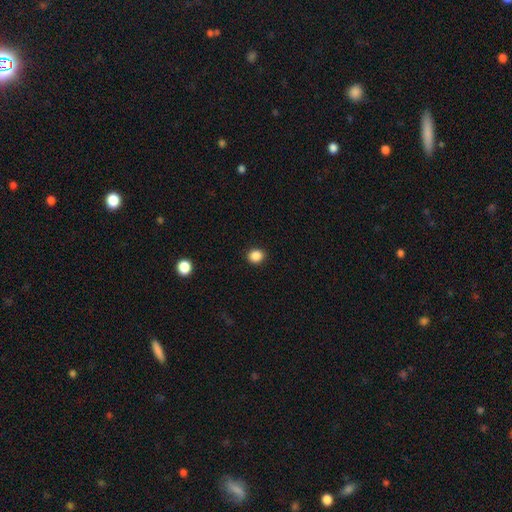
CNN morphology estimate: type=smooth (87%); roundness=round (76%); merging=none (91%).